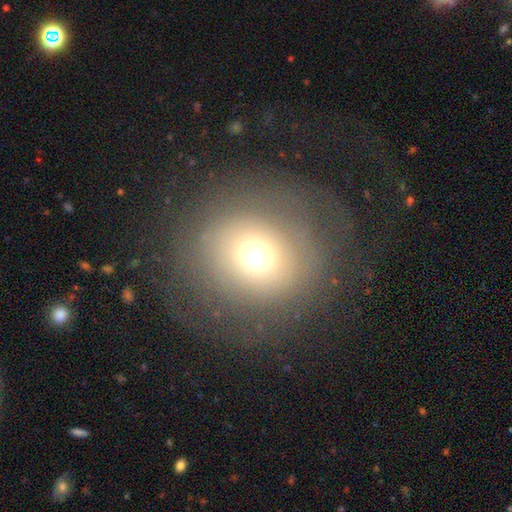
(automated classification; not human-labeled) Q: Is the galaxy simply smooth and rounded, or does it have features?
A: smooth — 58%.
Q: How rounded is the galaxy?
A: round — 87%.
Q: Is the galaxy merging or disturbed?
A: none — 72%.